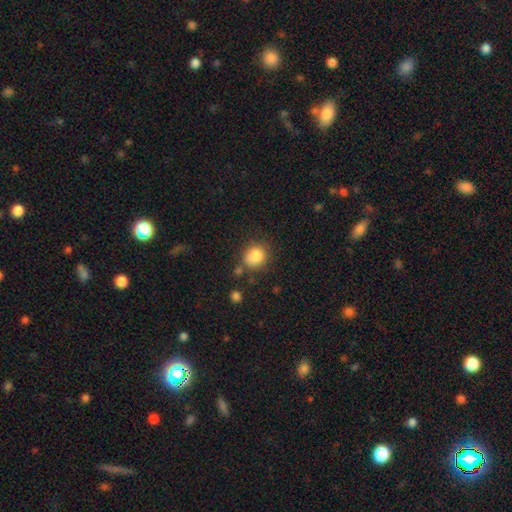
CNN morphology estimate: This is clearly a smooth galaxy (84%). How rounded: likely round (72%). Merging: likely none (65%).